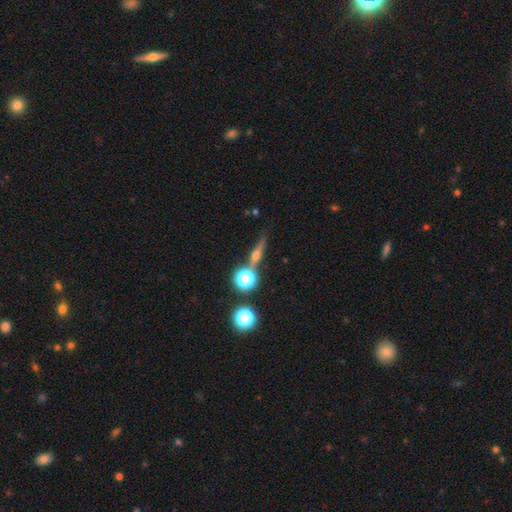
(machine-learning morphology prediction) Smooth or featured? featured or disk (48%)
Merging? none (74%)